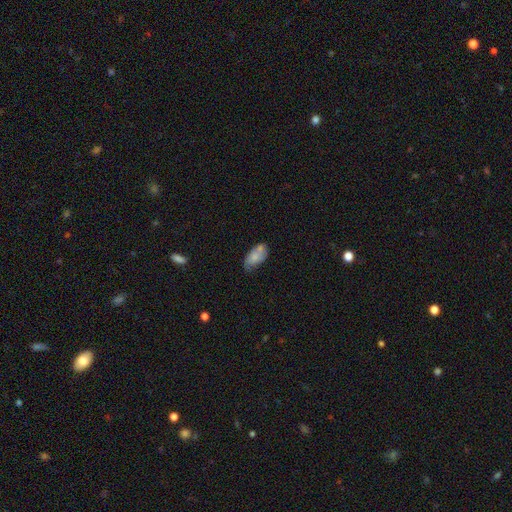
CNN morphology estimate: Overall: smooth (69%). How rounded: in between (92%). Merging: none (48%; minor disturbance 30%).